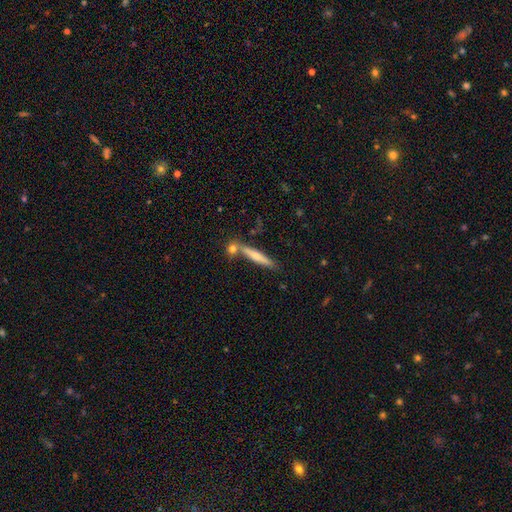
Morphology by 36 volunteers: Overall: smooth (53%; featured or disk 42%). How rounded: cigar-shaped (100%). Merging: none (68%).